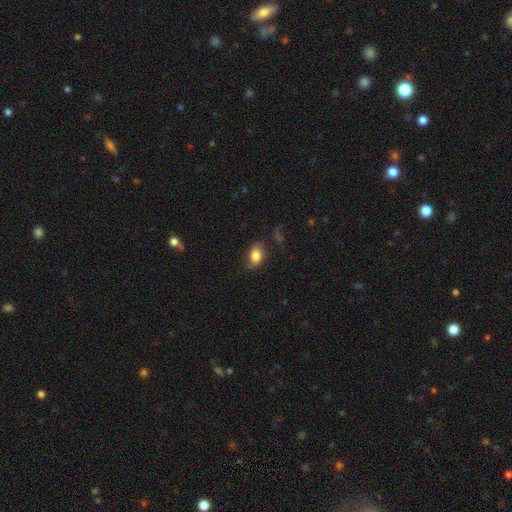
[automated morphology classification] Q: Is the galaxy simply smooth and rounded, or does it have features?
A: smooth — 81%.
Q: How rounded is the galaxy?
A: in between — 86%.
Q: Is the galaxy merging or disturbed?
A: none — 72%.